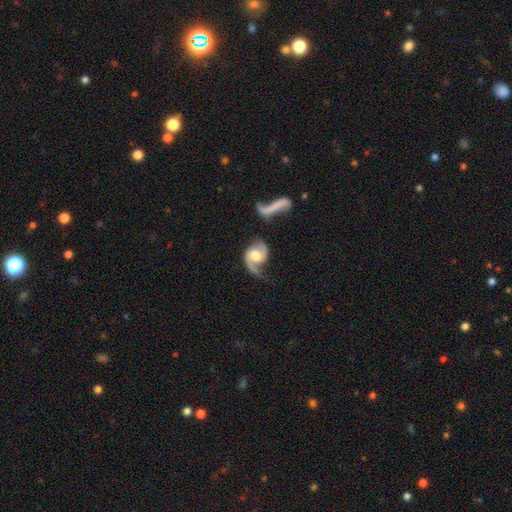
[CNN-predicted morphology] smooth-or-featured: featured or disk: 87% | smooth: 8% | star or artifact: 4%
  disk-edge-on: no: 97% | yes: 3%
    bar: no: 52% | weak: 37% | strong: 11%
    has-spiral-arms: yes: 96% | no: 4%
      spiral-winding: medium: 46% | loose: 39% | tight: 15%
      spiral-arm-count: 2: 87% | 1: 7% | can't tell: 2% | 3: 1% | 4: 1% | more than 4: 1%
    bulge-size: moderate: 65% | large: 18% | small: 12% | none: 3% | dominant: 2%
  merging: none: 54% | minor disturbance: 20% | major disturbance: 15% | merger: 12%